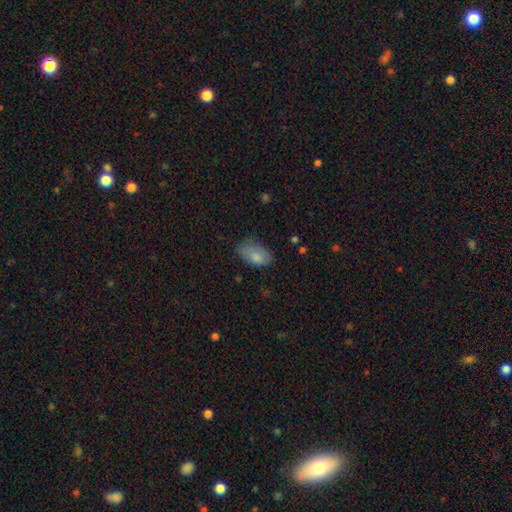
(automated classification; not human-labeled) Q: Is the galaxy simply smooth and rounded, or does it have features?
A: smooth — 80%.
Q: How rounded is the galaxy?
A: in between — 93%.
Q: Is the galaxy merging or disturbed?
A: none — 63%.